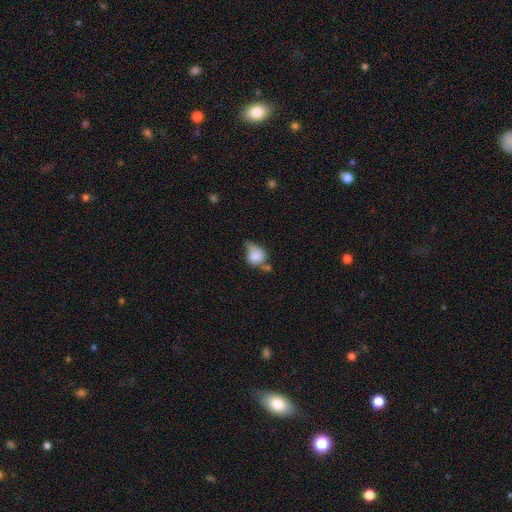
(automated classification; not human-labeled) This appears to be a smooth galaxy with no disk features (74%) that is round (50%). Merging: minor disturbance (30%).